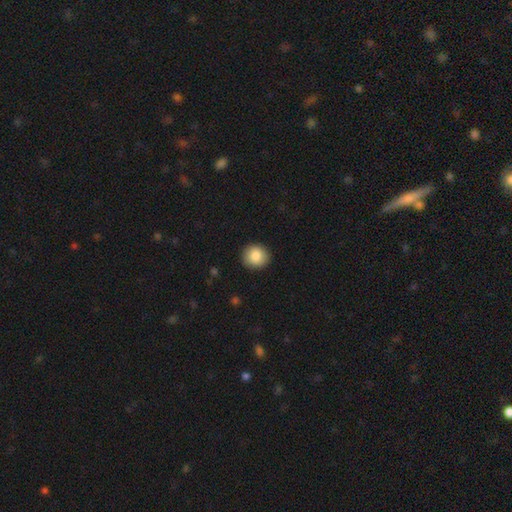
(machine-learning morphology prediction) This is clearly a smooth galaxy (87%). How rounded: clearly round (88%). Merging: clearly none (91%).